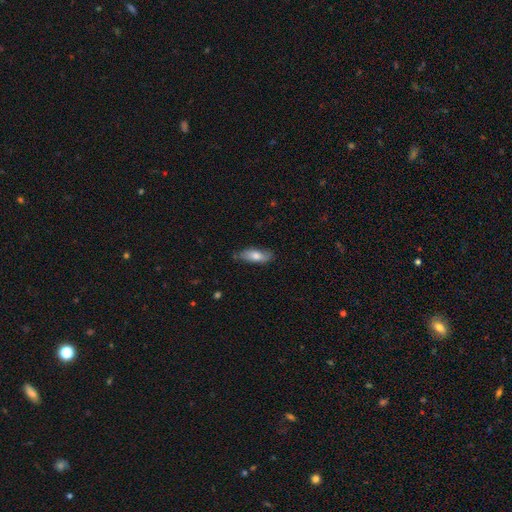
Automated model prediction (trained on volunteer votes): Smooth or featured? smooth (71%)
How rounded? in between (70%)
Merging? none (74%)